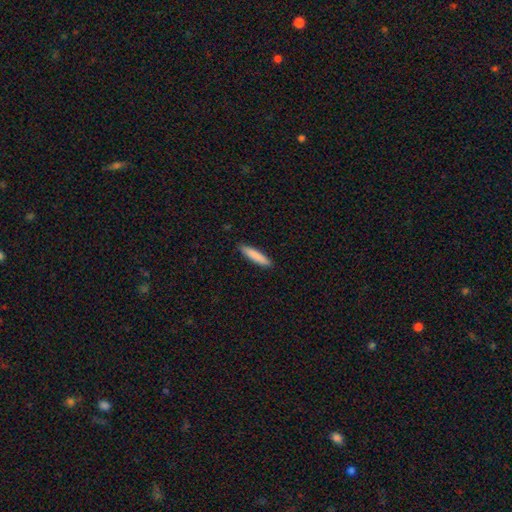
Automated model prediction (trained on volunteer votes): smooth-or-featured: smooth: 86% | featured or disk: 8% | star or artifact: 6%
  how-rounded: cigar-shaped: 84% | in between: 14% | round: 1%
  merging: none: 90% | minor disturbance: 7% | major disturbance: 2% | merger: 1%